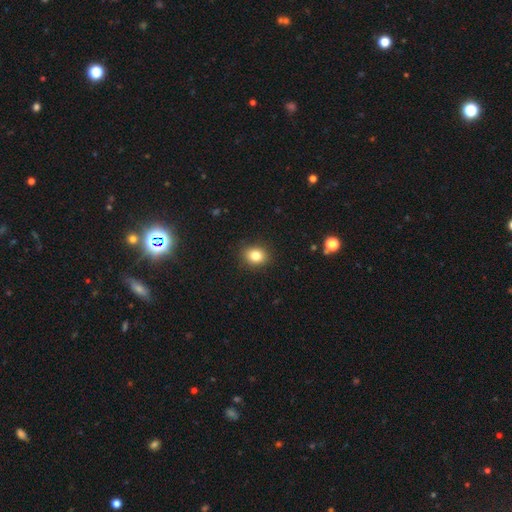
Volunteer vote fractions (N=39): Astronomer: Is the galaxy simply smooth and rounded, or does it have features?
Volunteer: smooth — 90%.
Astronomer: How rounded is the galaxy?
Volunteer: round — 77%.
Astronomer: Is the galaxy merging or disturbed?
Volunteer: none — 89%.